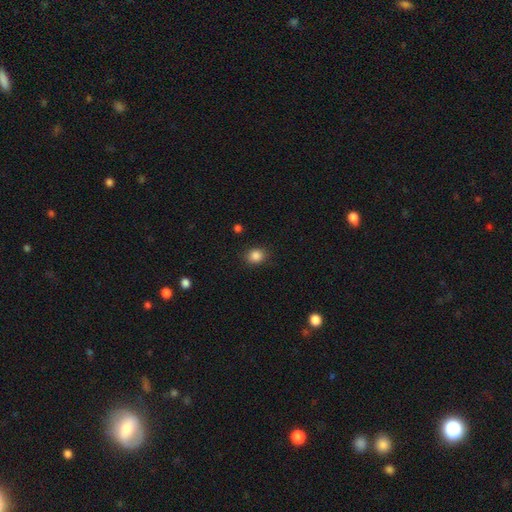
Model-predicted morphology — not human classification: Overall: smooth (85%). How rounded: round (68%; in between 31%). Merging: none (85%).